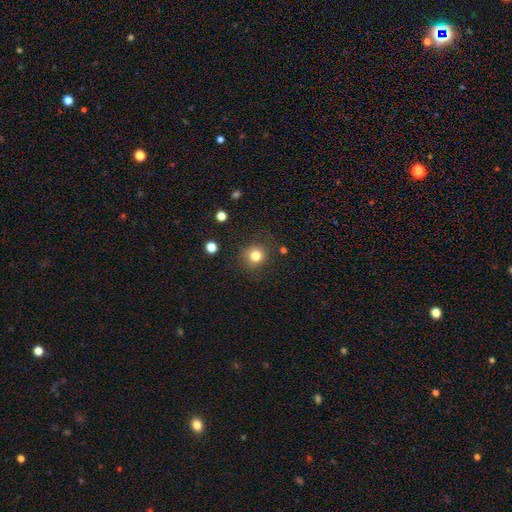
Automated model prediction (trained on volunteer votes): Smooth or featured? smooth (81%)
How rounded? round (89%)
Merging? none (85%)